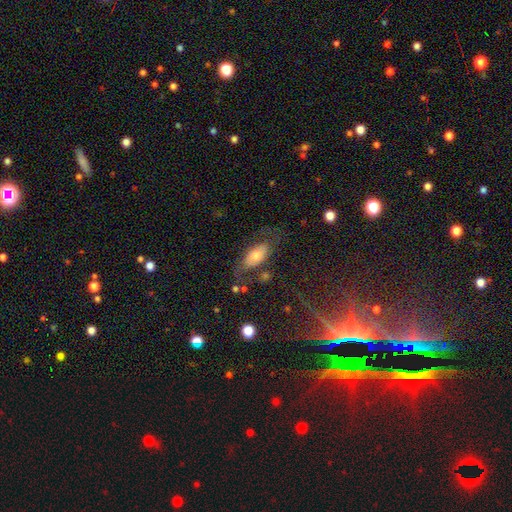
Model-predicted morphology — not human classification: The model was most divided on "smooth or featured": smooth: 54%, featured or disk: 35%, star or artifact: 11%. More confident: how rounded — in between (87%); merging — none (63%).